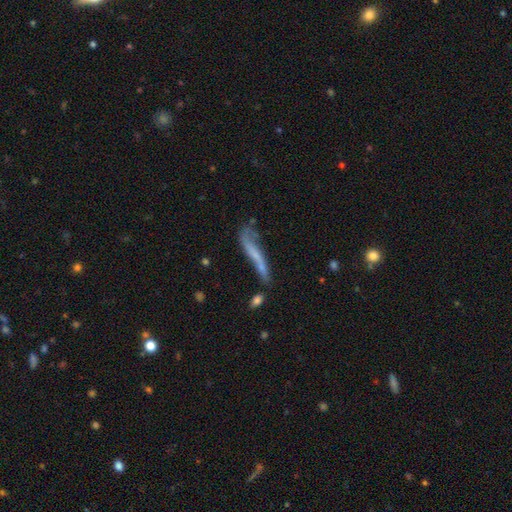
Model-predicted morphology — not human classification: A featured or disk galaxy (50%) viewed edge-on (51%).

Vote fractions:
- Smooth or featured? featured or disk: 50% / smooth: 40% / star or artifact: 10%
- Edge-on disk? yes: 51% / no: 49%
- Merging? none: 38% / minor disturbance: 26% / major disturbance: 23% / merger: 14%